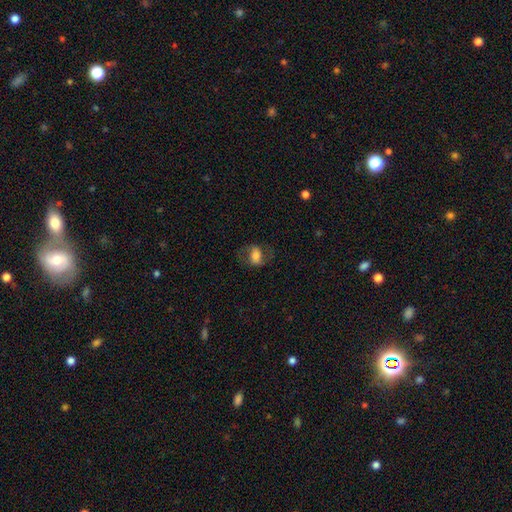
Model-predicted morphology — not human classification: Smooth or featured? smooth (58%)
How rounded? in between (77%)
Merging? none (65%)